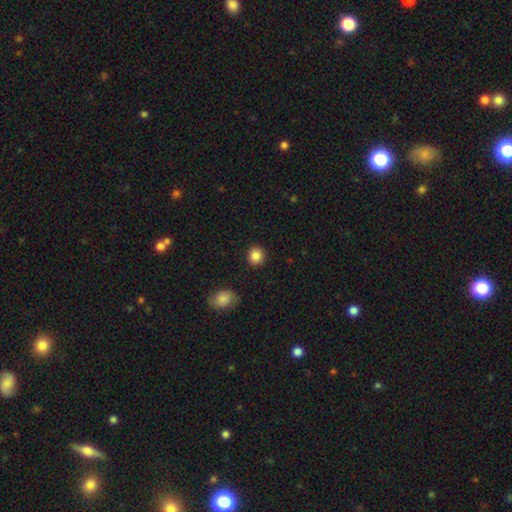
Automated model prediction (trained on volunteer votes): Smooth or featured: smooth — 86% (star or artifact — 10%)
How rounded: round — 87% (in between — 12%)
Merging: none — 91% (minor disturbance — 6%)